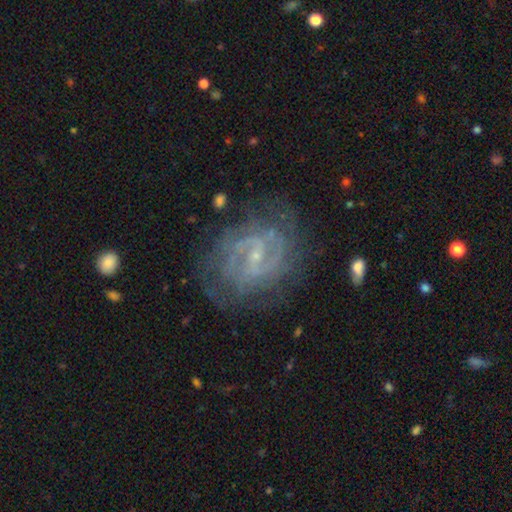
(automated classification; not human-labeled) featured or disk 85%, smooth 7%, star or artifact 7%. Down the decision tree: edge-on disk — no (97%); bar — weak (52%); spiral arms — yes (94%); spiral arm count — 2 (51%); spiral winding — tight (54%); bulge size — small (79%); merging — none (75%).